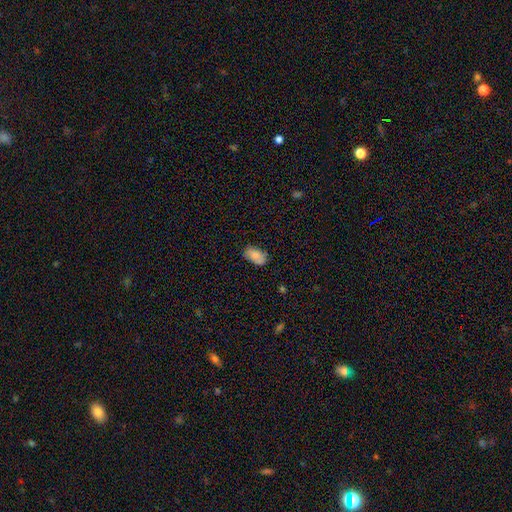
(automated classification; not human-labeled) Smooth or featured?
  - smooth: 83% *
  - featured or disk: 10%
  - star or artifact: 7%
How rounded?
  - in between: 93% *
  - round: 5%
  - cigar-shaped: 2%
Merging?
  - none: 77% *
  - minor disturbance: 18%
  - major disturbance: 3%
  - merger: 2%